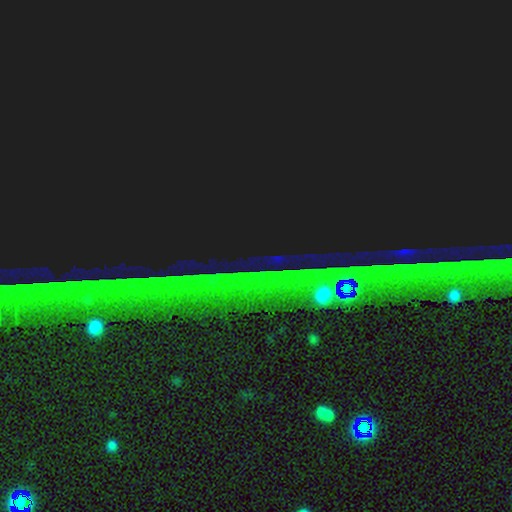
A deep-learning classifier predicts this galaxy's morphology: This is clearly a star or artifact rather than a galaxy (85%).